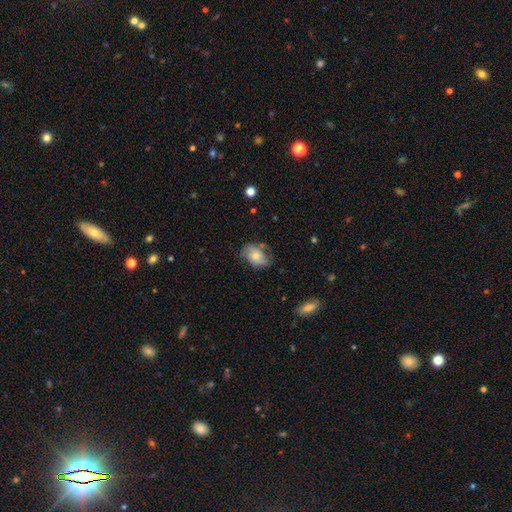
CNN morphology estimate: smooth-or-featured: smooth: 53% | featured or disk: 39% | star or artifact: 8%
  how-rounded: in between: 80% | round: 19% | cigar-shaped: 1%
  merging: none: 55% | minor disturbance: 30% | major disturbance: 12% | merger: 3%